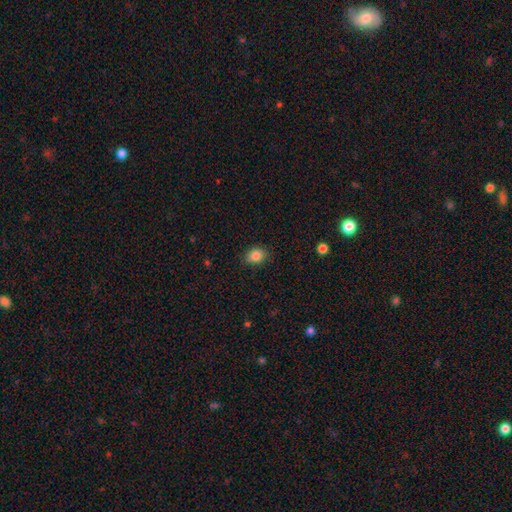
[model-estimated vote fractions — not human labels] Morphology: type=smooth (85%); roundness=in between (64%); merging=none (87%).